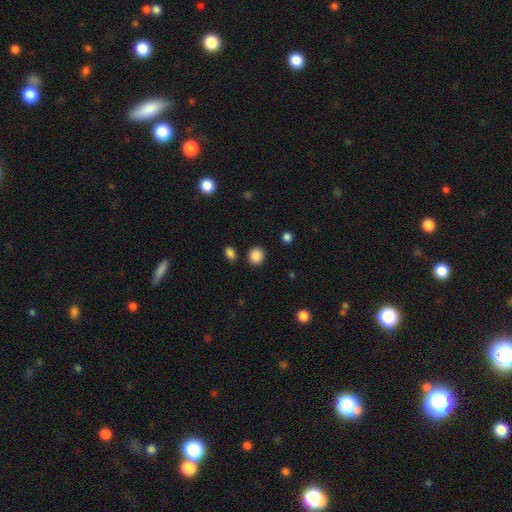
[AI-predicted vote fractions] A smooth galaxy with no disk features (88%) that is round (82%). Merging: none (87%).